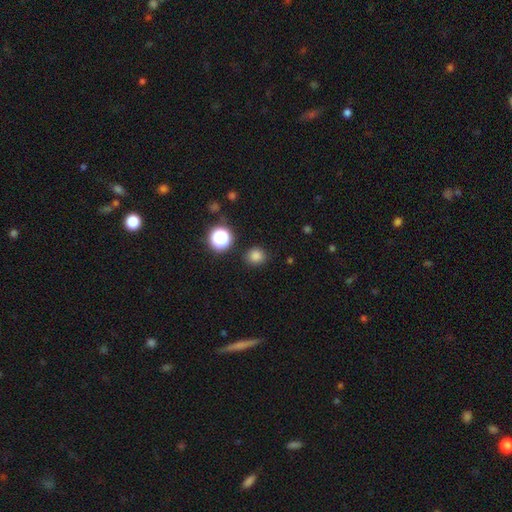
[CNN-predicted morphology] Q: Smooth or featured?
A: smooth (81%); runner-up: star or artifact (15%)
Q: How rounded?
A: round (85%); runner-up: in between (15%)
Q: Merging?
A: none (87%); runner-up: minor disturbance (8%)